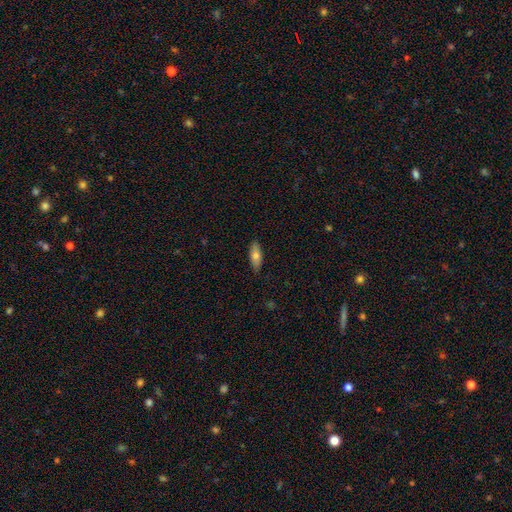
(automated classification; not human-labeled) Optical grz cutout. It shows a smooth galaxy with no disk features (71%) that is in between round and cigar-shaped (72%). Merging: none (87%).